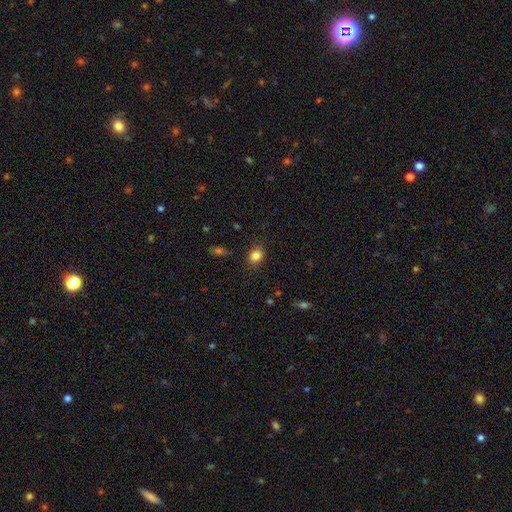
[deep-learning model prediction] smooth_or_featured: smooth (p=0.84) [alt: star or artifact p=0.11]
how_rounded: round (p=0.62) [alt: in between p=0.37]
merging: none (p=0.83) [alt: minor disturbance p=0.12]